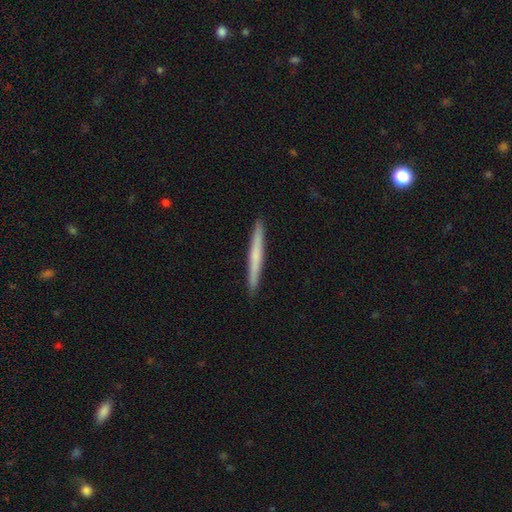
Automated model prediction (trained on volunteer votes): A smooth galaxy with no disk features (53%) that is cigar-shaped (97%).

Vote fractions:
- Smooth or featured? smooth: 53% / featured or disk: 42% / star or artifact: 5%
- How rounded? cigar-shaped: 97% / in between: 2% / round: 1%
- Merging? none: 93% / minor disturbance: 5% / major disturbance: 1% / merger: 1%